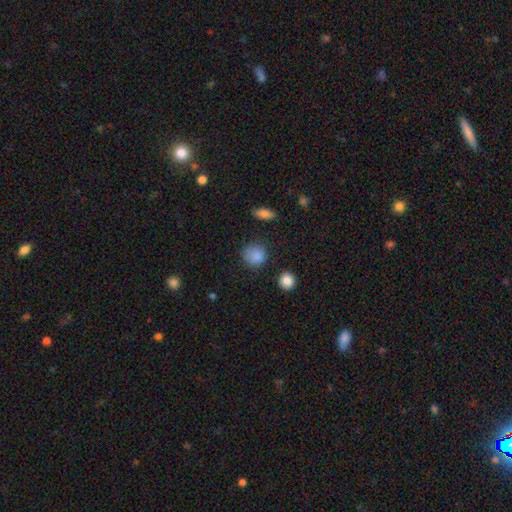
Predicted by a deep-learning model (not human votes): A smooth galaxy with no disk features (85%) that is round (89%).

Vote fractions:
- Smooth or featured? smooth: 85% / star or artifact: 10% / featured or disk: 4%
- How rounded? round: 89% / in between: 10% / cigar-shaped: 1%
- Merging? none: 80% / minor disturbance: 14% / major disturbance: 4% / merger: 2%